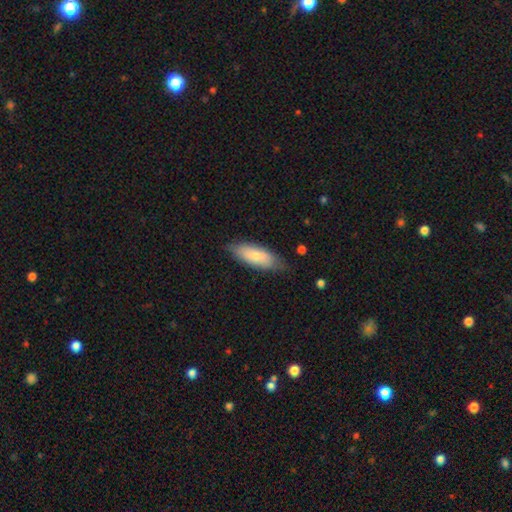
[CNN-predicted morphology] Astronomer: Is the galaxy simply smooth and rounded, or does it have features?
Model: smooth — 73%.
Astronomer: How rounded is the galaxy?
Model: in between — 71%.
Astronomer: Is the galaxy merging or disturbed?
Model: none — 74%.